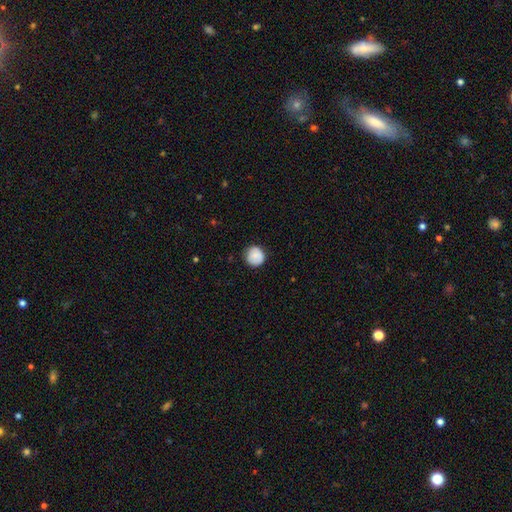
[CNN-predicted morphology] Smooth or featured?
  - smooth: 84% *
  - featured or disk: 9%
  - star or artifact: 7%
How rounded?
  - round: 92% *
  - in between: 7%
  - cigar-shaped: 1%
Merging?
  - none: 84% *
  - minor disturbance: 13%
  - major disturbance: 2%
  - merger: 1%